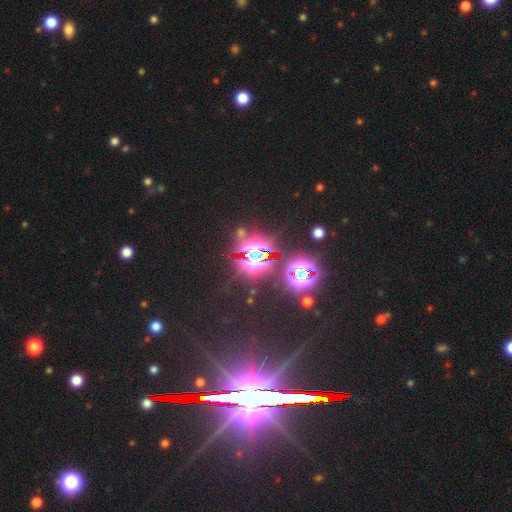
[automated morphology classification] This appears to be a star or artifact, not a galaxy (78%).